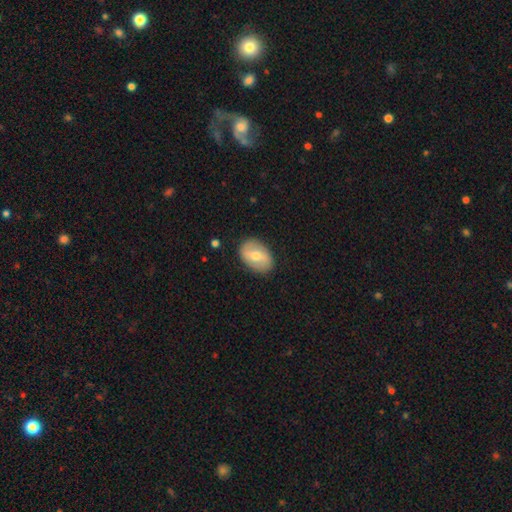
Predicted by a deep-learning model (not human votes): smooth 50%, featured or disk 44%, star or artifact 6%. Down the decision tree: merging — none (85%).